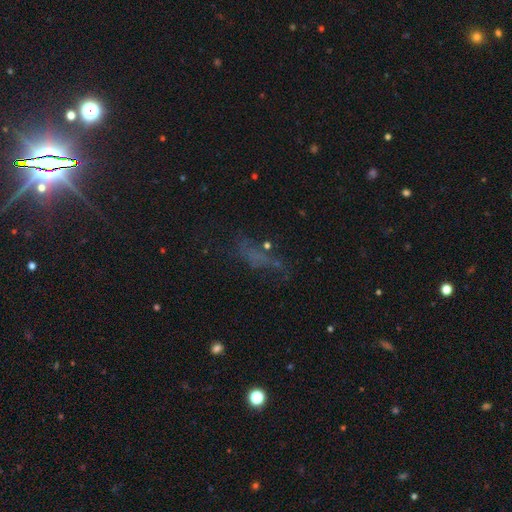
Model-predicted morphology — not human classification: smooth-or-featured: smooth: 38% | star or artifact: 33% | featured or disk: 28%
  merging: none: 46% | major disturbance: 28% | minor disturbance: 20% | merger: 6%